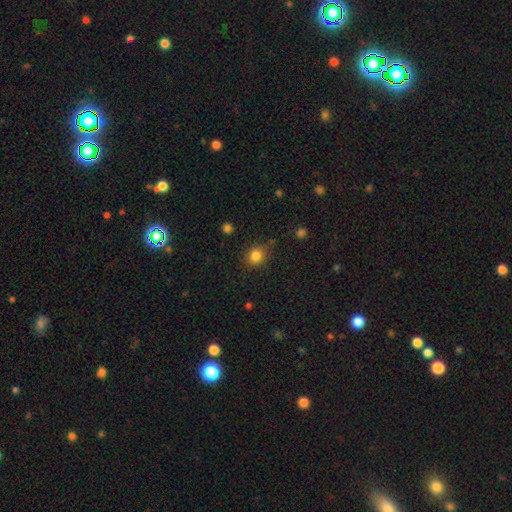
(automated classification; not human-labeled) Smooth or featured: smooth — 83% (star or artifact — 12%)
How rounded: round — 78% (in between — 21%)
Merging: none — 79% (minor disturbance — 14%)